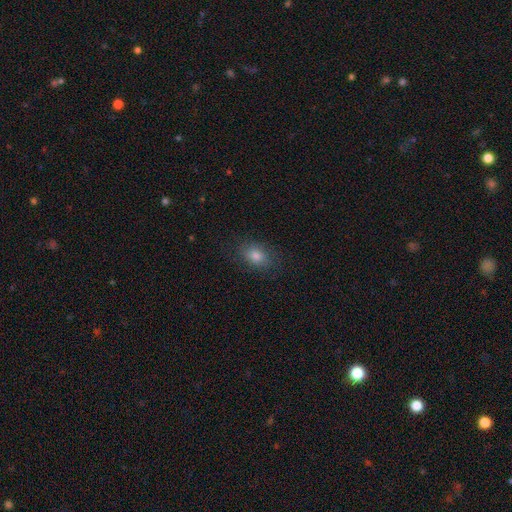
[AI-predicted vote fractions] Smooth or featured? Predicted: smooth (p=0.78). How rounded? Predicted: in between (p=0.71). Merging? Predicted: none (p=0.82).